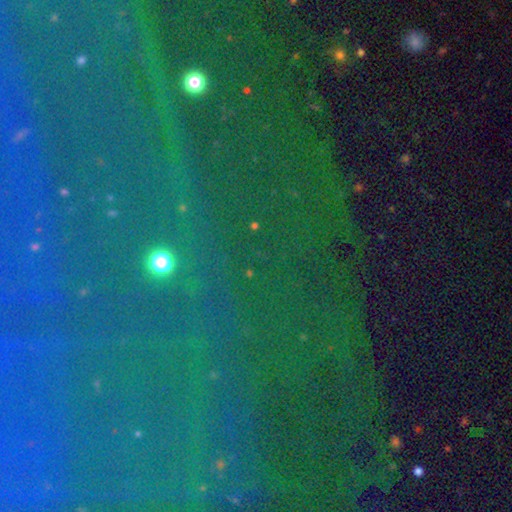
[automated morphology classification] This is clearly a star or artifact rather than a galaxy (82%).